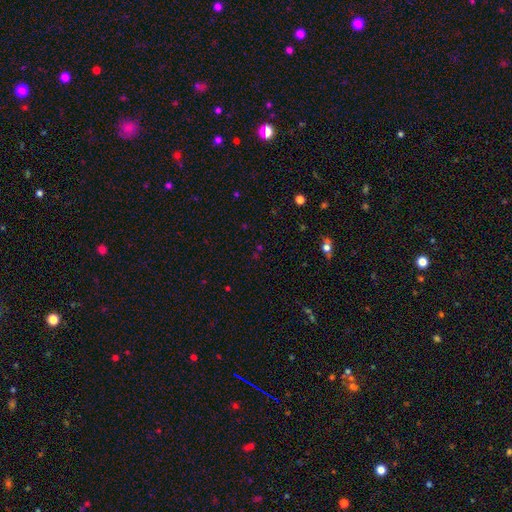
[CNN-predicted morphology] A star or artifact, not a galaxy (58%).

Vote fractions:
- Smooth or featured? star or artifact: 58% / smooth: 34% / featured or disk: 8%